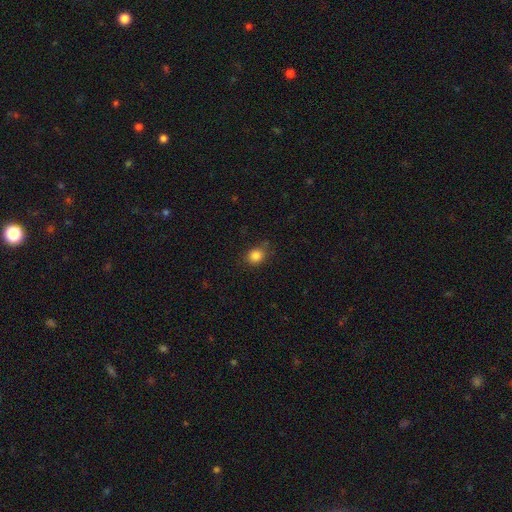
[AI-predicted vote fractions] Smooth or featured: smooth — 85% (star or artifact — 11%)
How rounded: round — 68% (in between — 31%)
Merging: none — 79% (minor disturbance — 16%)